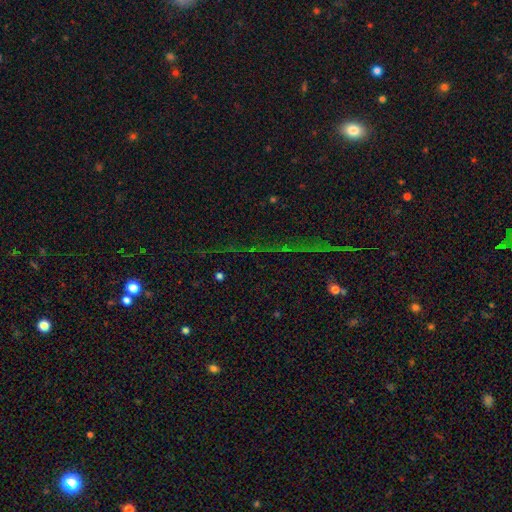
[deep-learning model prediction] A star or artifact, not a galaxy (75%).

Vote fractions:
- Smooth or featured? star or artifact: 75% / featured or disk: 13% / smooth: 12%